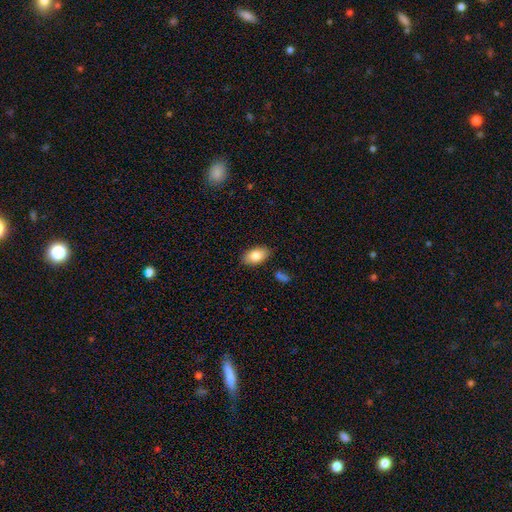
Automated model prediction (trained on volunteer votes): Overall: smooth (83%). How rounded: in between (93%). Merging: none (86%).